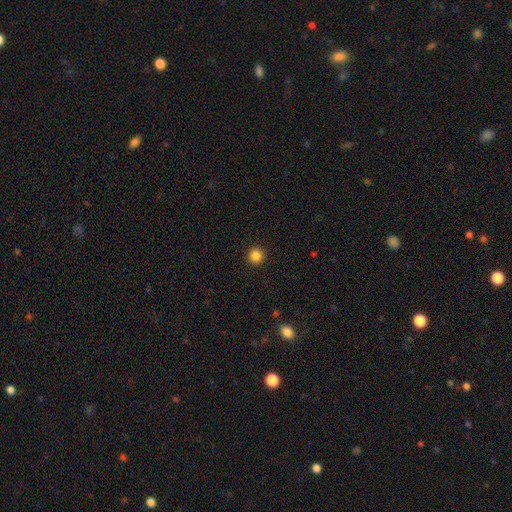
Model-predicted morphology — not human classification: Smooth or featured? smooth (86%)
How rounded? round (95%)
Merging? none (93%)